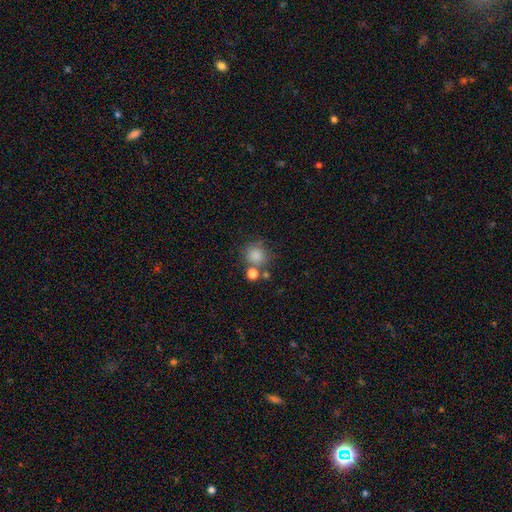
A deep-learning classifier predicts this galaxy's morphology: Smooth or featured? smooth (82%)
How rounded? round (89%)
Merging? none (69%)